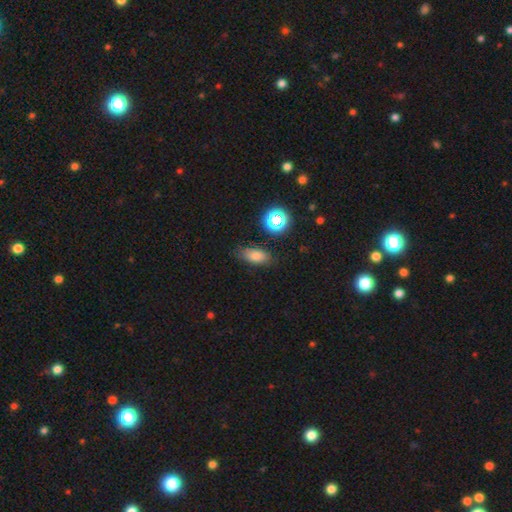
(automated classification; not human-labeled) Smooth or featured? smooth (76%)
How rounded? in between (82%)
Merging? none (80%)